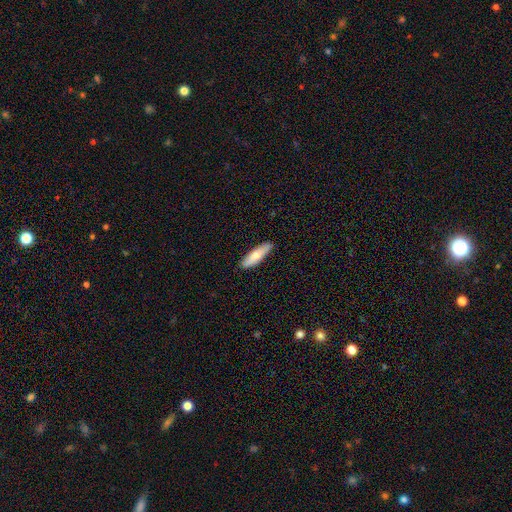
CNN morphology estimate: Smooth or featured?
  - smooth: 73% *
  - featured or disk: 22%
  - star or artifact: 6%
How rounded?
  - cigar-shaped: 60% *
  - in between: 38%
  - round: 2%
Merging?
  - none: 87% *
  - minor disturbance: 10%
  - major disturbance: 2%
  - merger: 1%